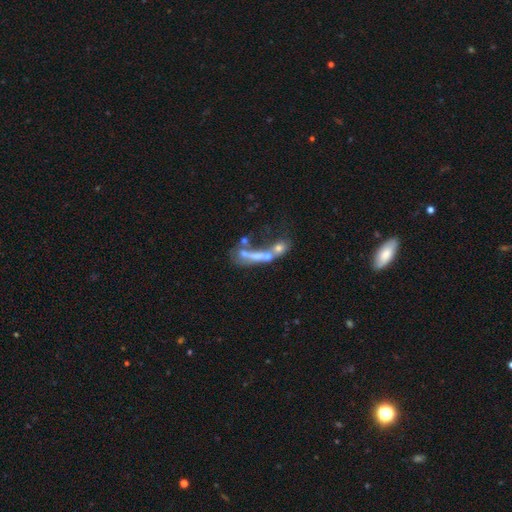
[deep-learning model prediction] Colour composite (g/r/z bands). It shows a featured or disk galaxy (50%). Merging: merger (50%).